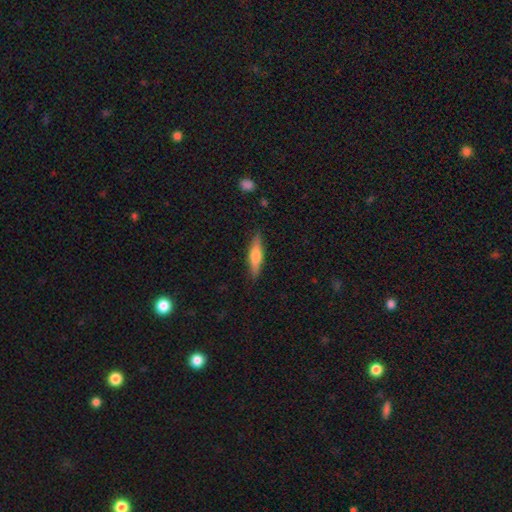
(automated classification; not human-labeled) Smooth or featured? Predicted: smooth (p=0.56). How rounded? Predicted: cigar-shaped (p=0.73). Merging? Predicted: none (p=0.88).